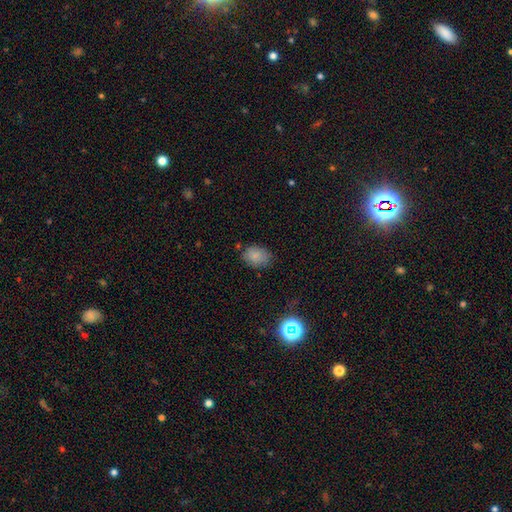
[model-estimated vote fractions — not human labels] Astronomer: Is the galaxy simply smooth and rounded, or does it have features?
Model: smooth — 82%.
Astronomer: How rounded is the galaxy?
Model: in between — 75%.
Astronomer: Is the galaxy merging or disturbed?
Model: none — 75%.